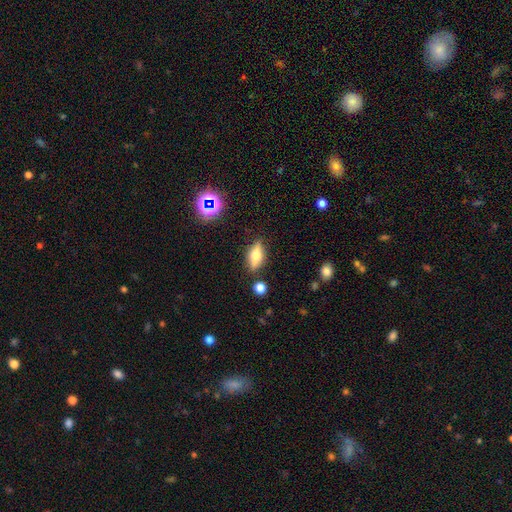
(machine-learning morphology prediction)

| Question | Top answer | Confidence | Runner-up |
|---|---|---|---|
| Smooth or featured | featured or disk | 47% | smooth (44%) |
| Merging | none | 83% | minor disturbance (11%) |